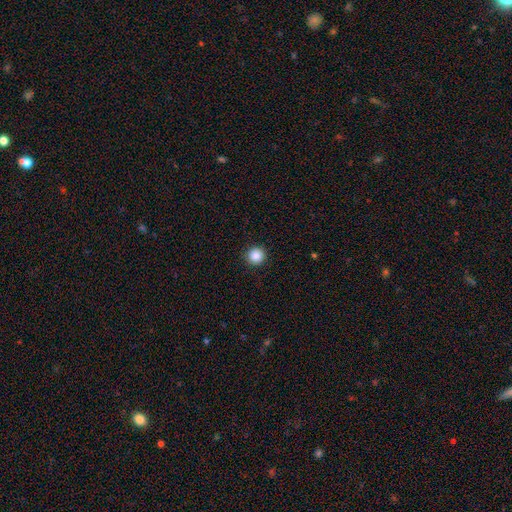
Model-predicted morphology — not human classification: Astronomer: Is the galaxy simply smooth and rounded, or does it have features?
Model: smooth — 86%.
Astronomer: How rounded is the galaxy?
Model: round — 96%.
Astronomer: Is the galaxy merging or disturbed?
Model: none — 93%.